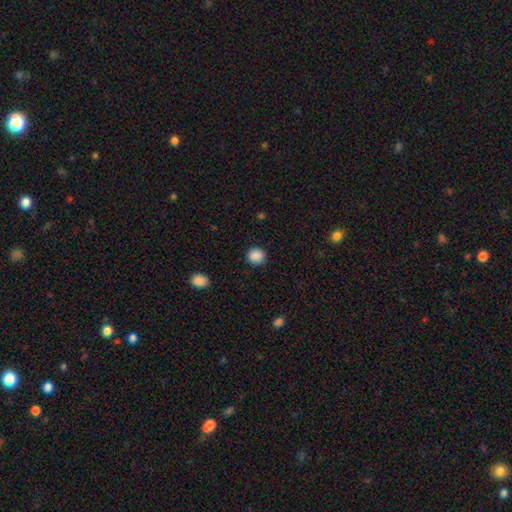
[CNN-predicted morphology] This is clearly a smooth galaxy (88%). How rounded: clearly round (83%). Merging: clearly none (89%).